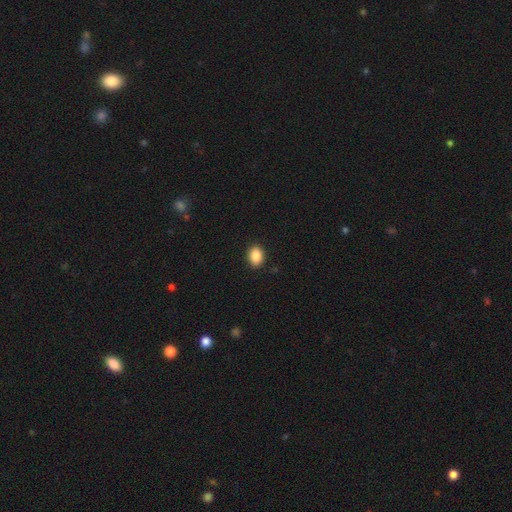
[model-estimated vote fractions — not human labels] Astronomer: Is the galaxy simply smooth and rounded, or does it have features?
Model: smooth — 88%.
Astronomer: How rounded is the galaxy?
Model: in between — 75%.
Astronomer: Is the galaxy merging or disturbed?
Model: none — 90%.